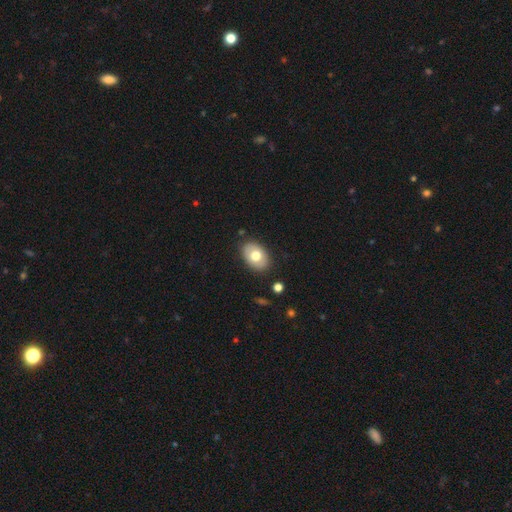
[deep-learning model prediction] Smooth or featured?
  - smooth: 69% *
  - featured or disk: 25%
  - star or artifact: 7%
How rounded?
  - in between: 84% *
  - round: 15%
  - cigar-shaped: 1%
Merging?
  - none: 85% *
  - minor disturbance: 11%
  - major disturbance: 3%
  - merger: 2%